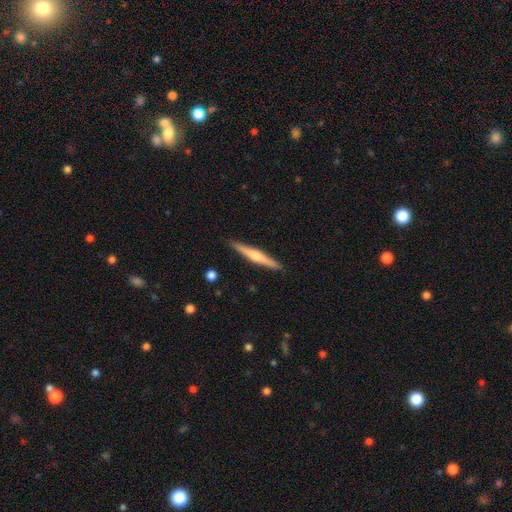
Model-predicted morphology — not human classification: Smooth or featured? Predicted: featured or disk (p=0.63). Edge-on disk? Predicted: yes (p=0.98). Edge-on bulge? Predicted: rounded (p=0.78). Merging? Predicted: none (p=0.91).